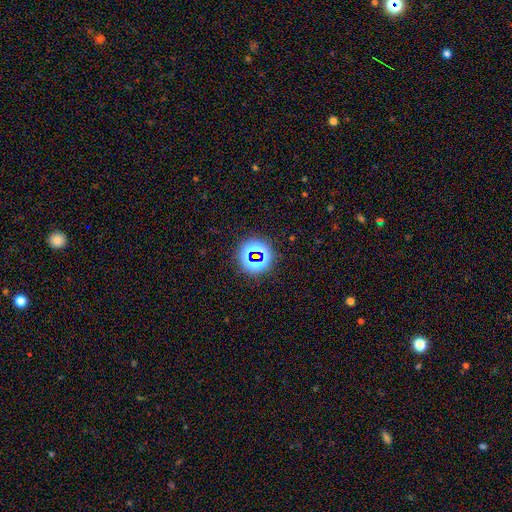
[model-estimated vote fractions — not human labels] The model was most divided on "smooth or featured": star or artifact: 69%, smooth: 22%, featured or disk: 10%.